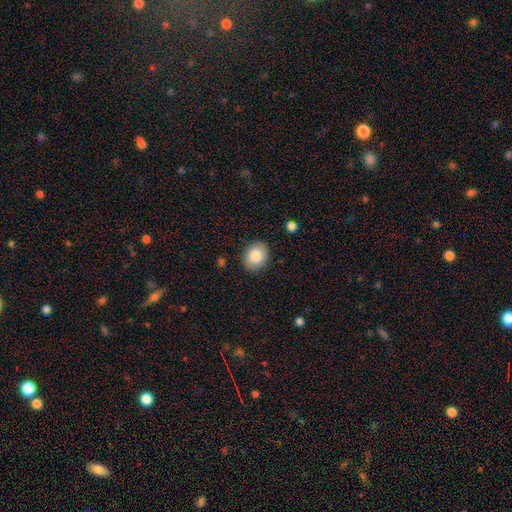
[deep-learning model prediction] Smooth or featured? smooth (87%)
How rounded? in between (54%)
Merging? none (86%)